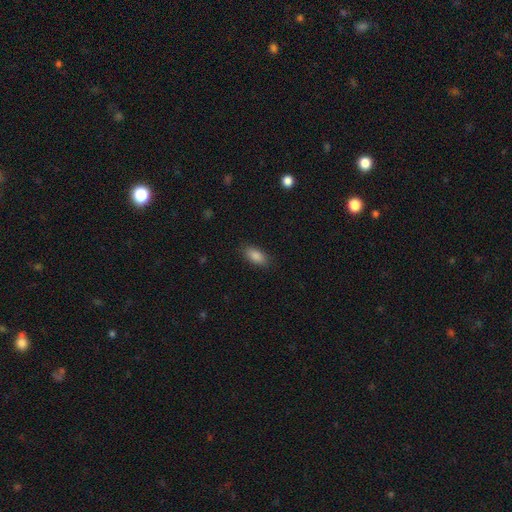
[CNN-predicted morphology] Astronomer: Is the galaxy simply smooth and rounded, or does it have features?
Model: smooth — 86%.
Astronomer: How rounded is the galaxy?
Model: in between — 89%.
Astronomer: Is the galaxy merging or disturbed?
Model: none — 87%.